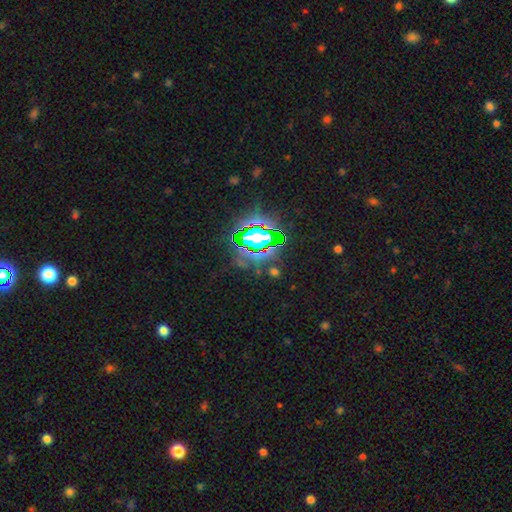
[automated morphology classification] star or artifact 83%, smooth 9%, featured or disk 7%.